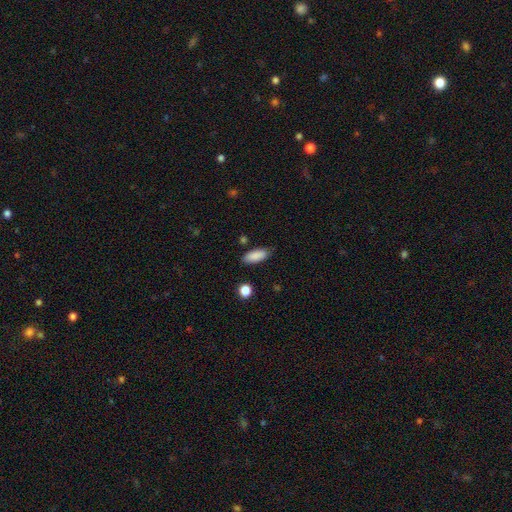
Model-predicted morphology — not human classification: smooth_or_featured: smooth (p=0.88) [alt: star or artifact p=0.07]
how_rounded: in between (p=0.80) [alt: cigar-shaped p=0.18]
merging: none (p=0.82) [alt: minor disturbance p=0.13]